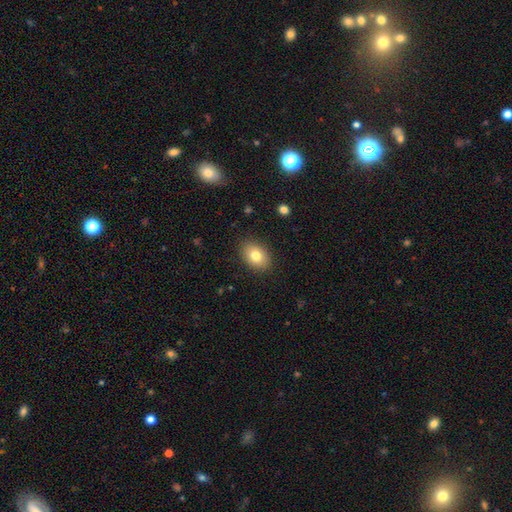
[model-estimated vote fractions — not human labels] This is likely a smooth galaxy (79%). How rounded: likely in between (77%). Merging: clearly none (87%).